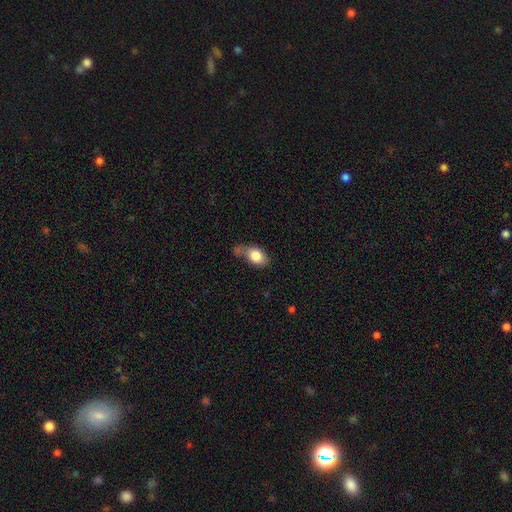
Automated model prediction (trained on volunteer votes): A smooth galaxy with no disk features (82%) that is in between round and cigar-shaped (79%).

Vote fractions:
- Smooth or featured? smooth: 82% / featured or disk: 11% / star or artifact: 8%
- How rounded? in between: 79% / round: 19% / cigar-shaped: 2%
- Merging? none: 41% / minor disturbance: 28% / merger: 20% / major disturbance: 12%